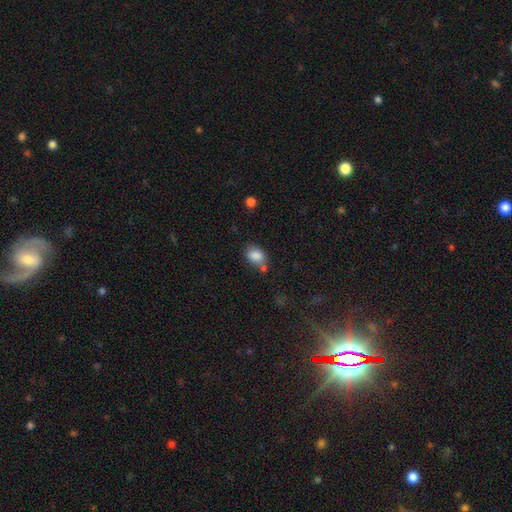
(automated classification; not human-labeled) smooth_or_featured: smooth (p=0.86) [alt: star or artifact p=0.09]
how_rounded: in between (p=0.74) [alt: round p=0.25]
merging: none (p=0.60) [alt: merger p=0.18]